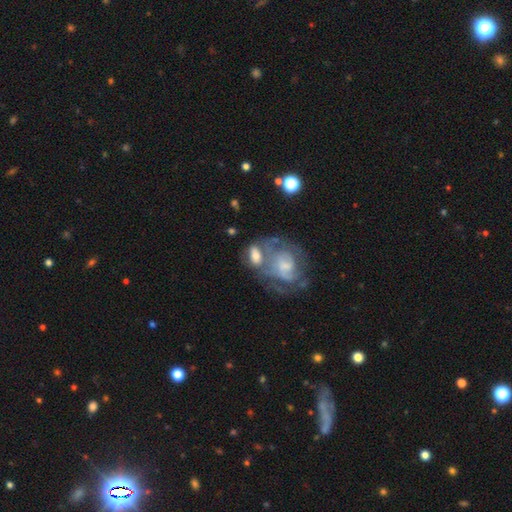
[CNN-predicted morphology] This is possibly a featured or disk galaxy (46%). Merging: marginally merger (40%).